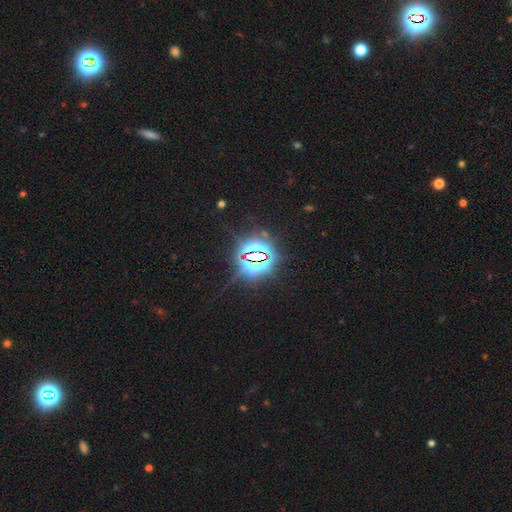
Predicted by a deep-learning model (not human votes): Smooth or featured: star or artifact — 84% (smooth — 9%)